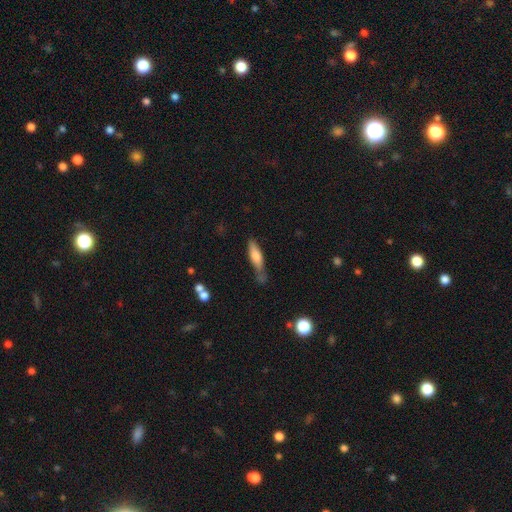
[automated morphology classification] Smooth or featured?
  - smooth: 68% *
  - featured or disk: 26%
  - star or artifact: 7%
How rounded?
  - cigar-shaped: 66% *
  - in between: 32%
  - round: 2%
Merging?
  - none: 50% *
  - minor disturbance: 30%
  - major disturbance: 11%
  - merger: 10%